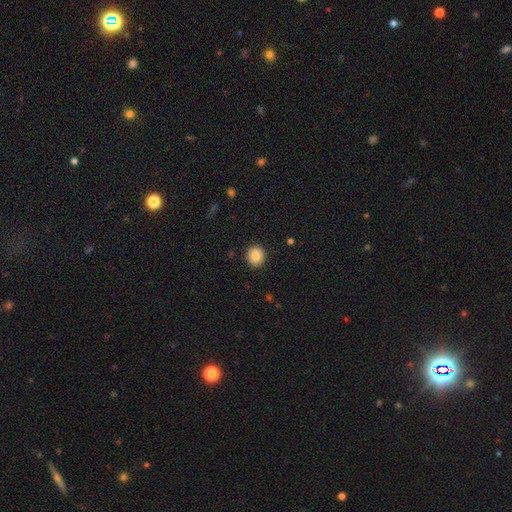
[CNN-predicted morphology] smooth-or-featured: smooth: 87% | star or artifact: 9% | featured or disk: 4%
  how-rounded: round: 84% | in between: 15% | cigar-shaped: 1%
  merging: none: 90% | minor disturbance: 7% | major disturbance: 2% | merger: 1%